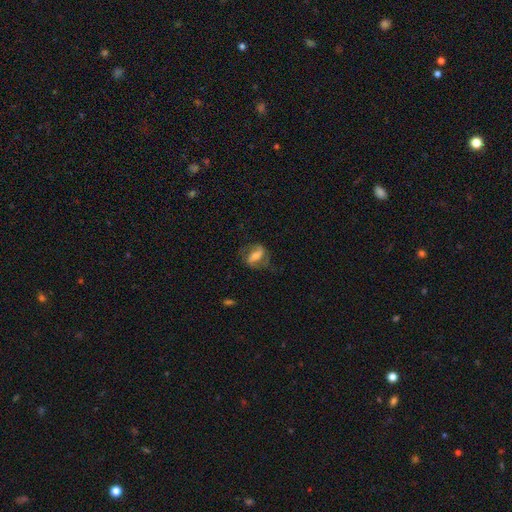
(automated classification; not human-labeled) smooth_or_featured: featured or disk (p=0.60) [alt: smooth p=0.32]
disk_edge_on: no (p=0.93) [alt: yes p=0.07]
bar: strong (p=0.49) [alt: weak p=0.31]
has_spiral_arms: yes (p=0.82) [alt: no p=0.18]
bulge_size: moderate (p=0.45) [alt: small p=0.31]
merging: none (p=0.63) [alt: minor disturbance p=0.21]